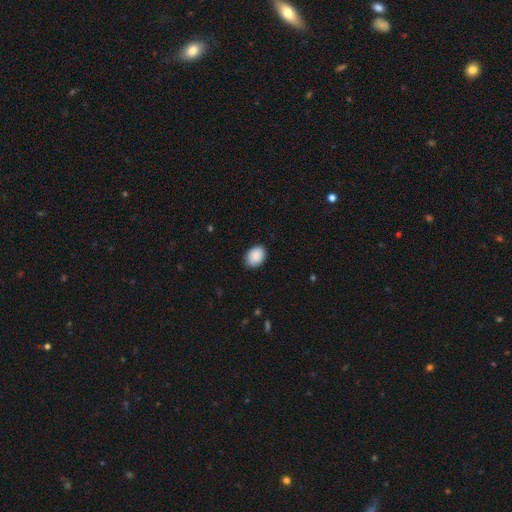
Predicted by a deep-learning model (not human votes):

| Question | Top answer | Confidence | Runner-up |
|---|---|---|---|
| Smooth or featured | smooth | 90% | star or artifact (7%) |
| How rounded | in between | 66% | round (33%) |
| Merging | none | 84% | minor disturbance (13%) |